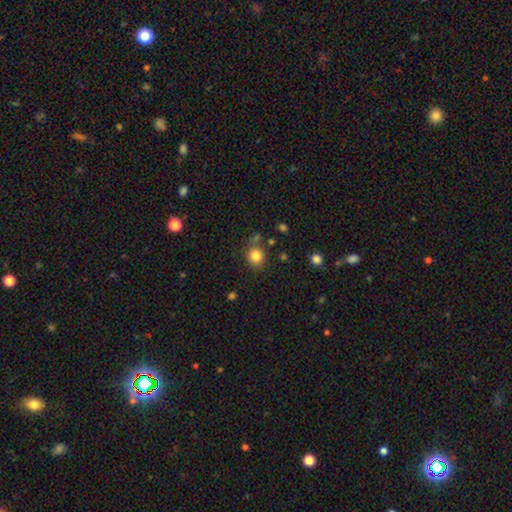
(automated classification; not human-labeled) Q: Smooth or featured?
A: smooth (83%); runner-up: star or artifact (11%)
Q: How rounded?
A: round (88%); runner-up: in between (11%)
Q: Merging?
A: none (77%); runner-up: minor disturbance (11%)